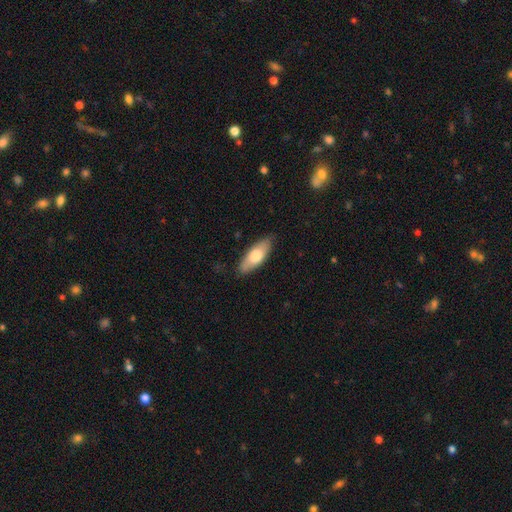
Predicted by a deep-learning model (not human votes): This is likely a smooth galaxy (71%). How rounded: likely in between (73%). Merging: clearly none (85%).